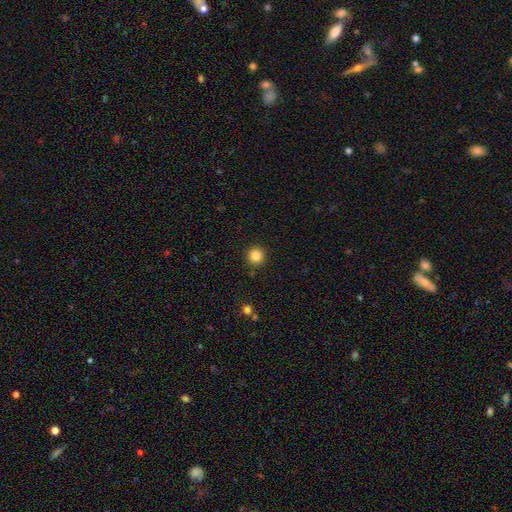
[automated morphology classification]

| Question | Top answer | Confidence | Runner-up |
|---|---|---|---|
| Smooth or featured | smooth | 84% | star or artifact (12%) |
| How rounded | round | 95% | in between (5%) |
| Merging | none | 92% | minor disturbance (5%) |